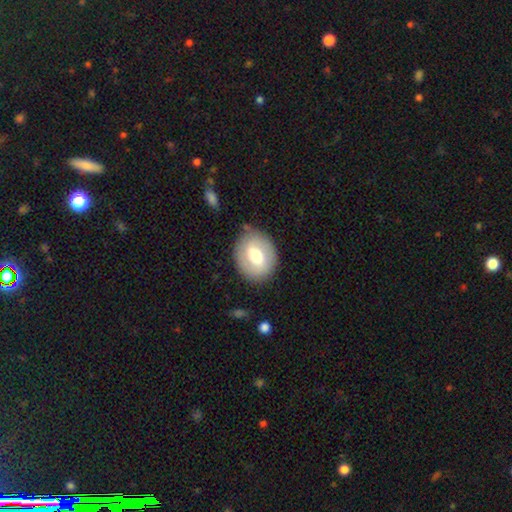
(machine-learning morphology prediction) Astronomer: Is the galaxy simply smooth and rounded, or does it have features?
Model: smooth — 54% (runner-up: featured or disk, 40%).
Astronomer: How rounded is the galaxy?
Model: round — 52% (runner-up: in between, 47%).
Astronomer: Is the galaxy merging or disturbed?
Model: none — 79%.